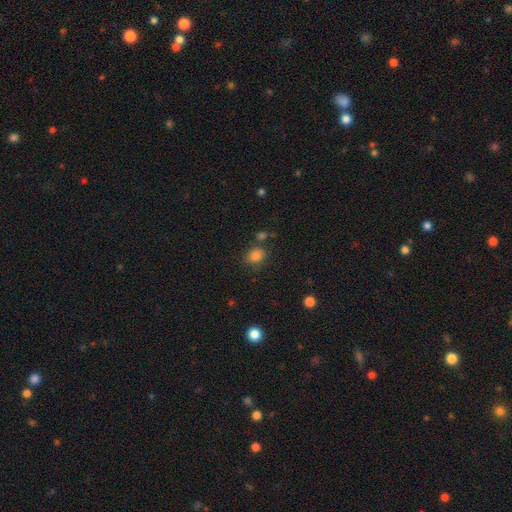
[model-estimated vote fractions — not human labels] A smooth galaxy with no disk features (82%) that is in between round and cigar-shaped (56%). Merging: none (71%).